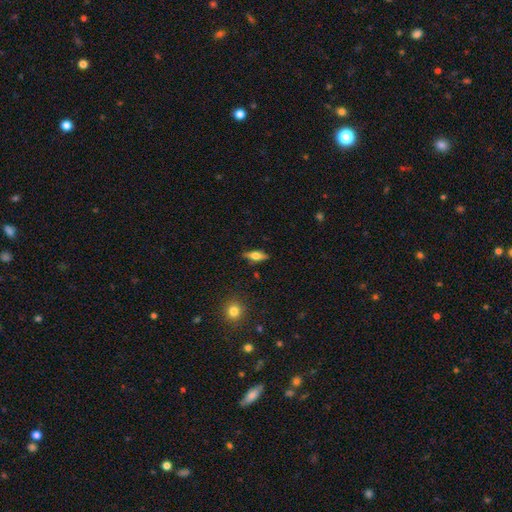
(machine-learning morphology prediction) Overall: featured or disk (51%; smooth 42%). Edge-on disk: yes (93%). Merging: none (85%).